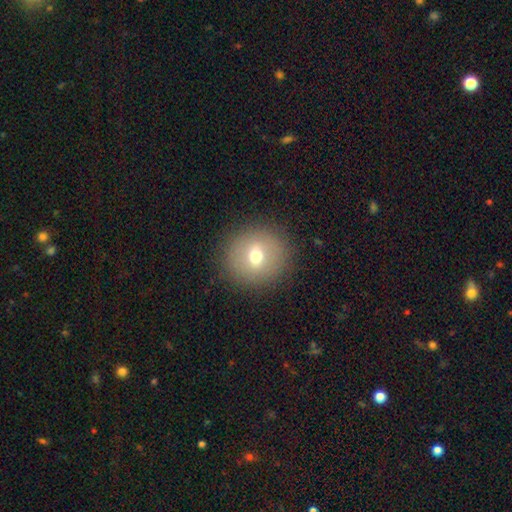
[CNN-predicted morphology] smooth 66%, featured or disk 22%, star or artifact 12%. Down the decision tree: how rounded — round (91%); merging — none (89%).